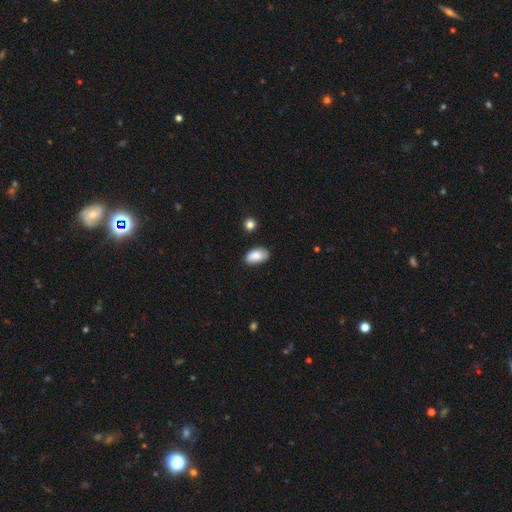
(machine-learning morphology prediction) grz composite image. It shows a smooth galaxy with no disk features (84%) that is in between round and cigar-shaped (93%). Merging: none (72%).